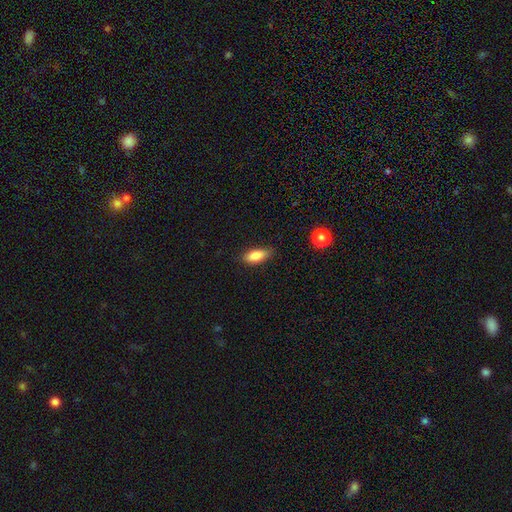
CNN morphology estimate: The model was most divided on "merging": none: 81%, minor disturbance: 15%, major disturbance: 3%, merger: 1%. More confident: smooth or featured — smooth (82%); how rounded — in between (82%).